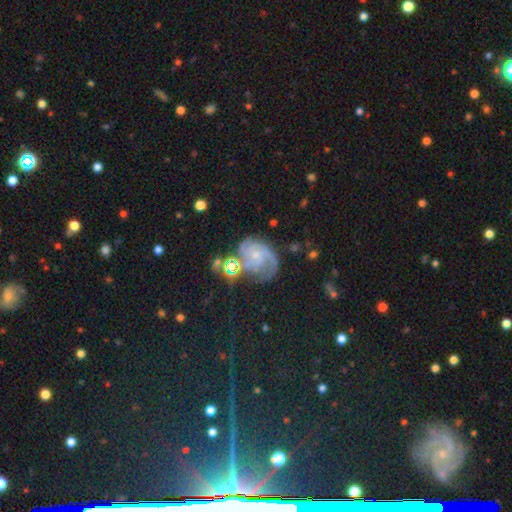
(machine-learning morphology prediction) smooth_or_featured: featured or disk (p=0.72) [alt: smooth p=0.15]
disk_edge_on: no (p=0.98) [alt: yes p=0.02]
bar: no (p=0.70) [alt: weak p=0.26]
has_spiral_arms: yes (p=0.93) [alt: no p=0.07]
spiral_winding: medium (p=0.43) [alt: tight p=0.40]
spiral_arm_count: 3 (p=0.28) [alt: can't tell p=0.27]
bulge_size: small (p=0.73) [alt: moderate p=0.15]
merging: none (p=0.50) [alt: minor disturbance p=0.24]